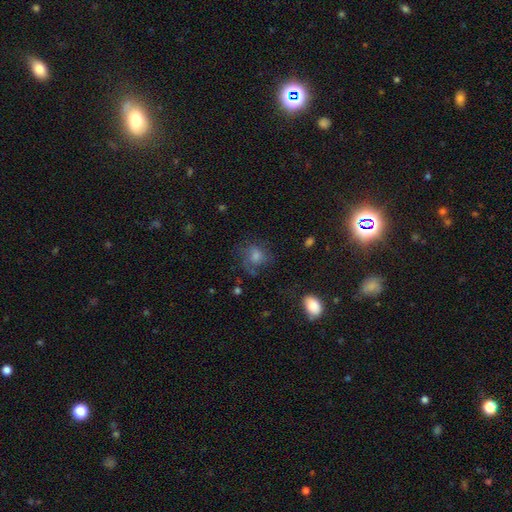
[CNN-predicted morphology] Smooth or featured? featured or disk (42%)
Merging? none (60%)